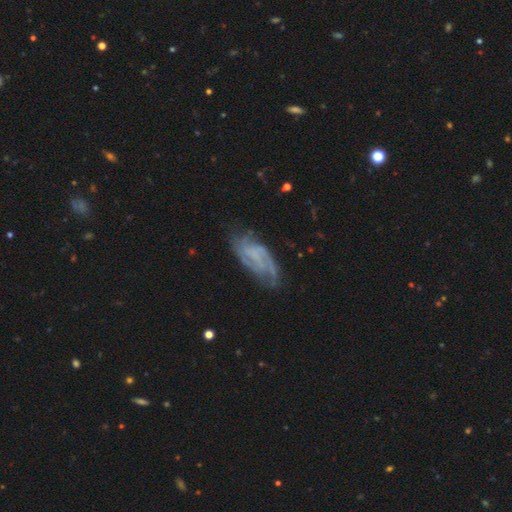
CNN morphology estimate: A featured or disk galaxy (70%) with no bar (54%), 2 (38%) tight (38%, tied with medium) spiral arms (84%) and no central bulge (68%). Merging: none (60%).